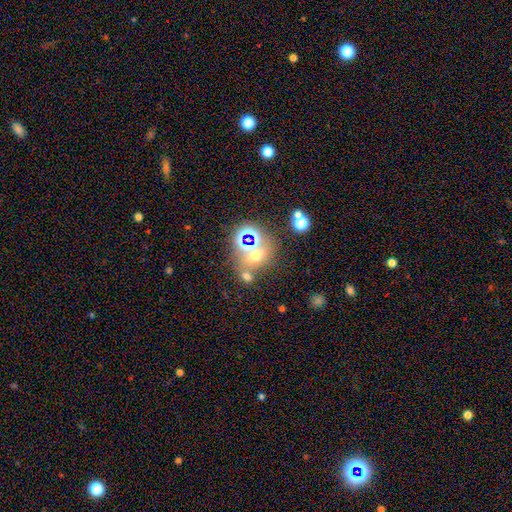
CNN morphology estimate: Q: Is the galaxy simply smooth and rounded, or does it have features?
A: smooth — 50%.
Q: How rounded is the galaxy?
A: round — 51%.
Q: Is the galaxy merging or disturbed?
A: none — 56%.